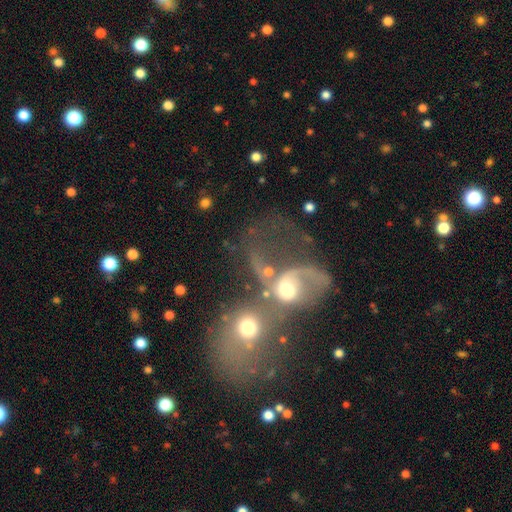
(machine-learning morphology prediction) type=featured or disk (58%); edge-on=no (96%); bar=no (67%); spiral arms=yes (65%); bulge=moderate (59%); merging=merger (77%).